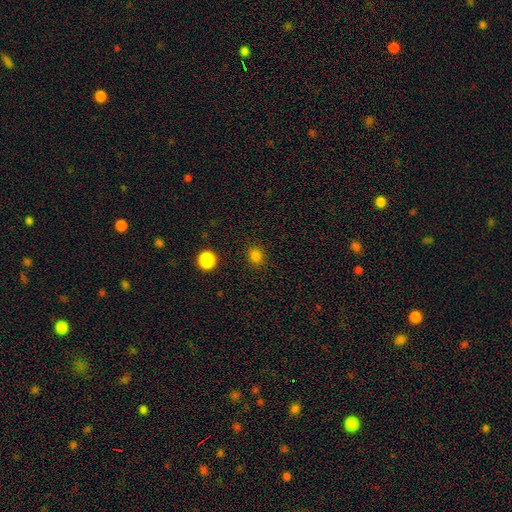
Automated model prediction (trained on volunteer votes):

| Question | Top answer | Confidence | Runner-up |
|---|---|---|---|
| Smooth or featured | smooth | 81% | star or artifact (15%) |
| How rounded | round | 71% | in between (28%) |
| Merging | none | 88% | minor disturbance (7%) |